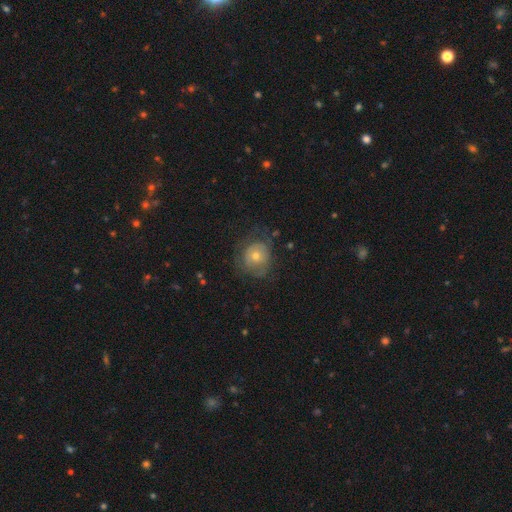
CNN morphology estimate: This is possibly a smooth galaxy (53%). How rounded: likely round (76%). Merging: possibly none (59%).